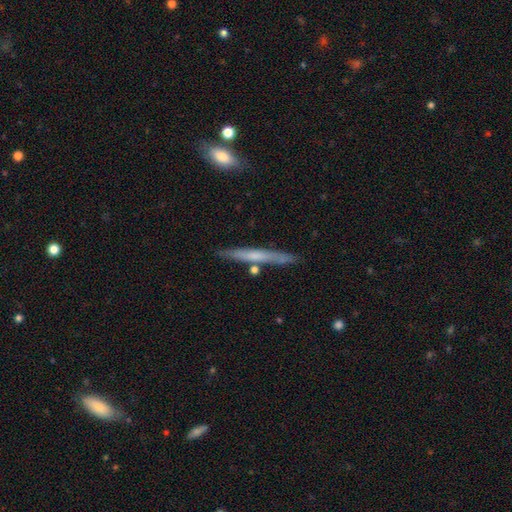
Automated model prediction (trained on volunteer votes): A smooth galaxy with no disk features (51%) that is cigar-shaped (96%). Merging: none (84%).